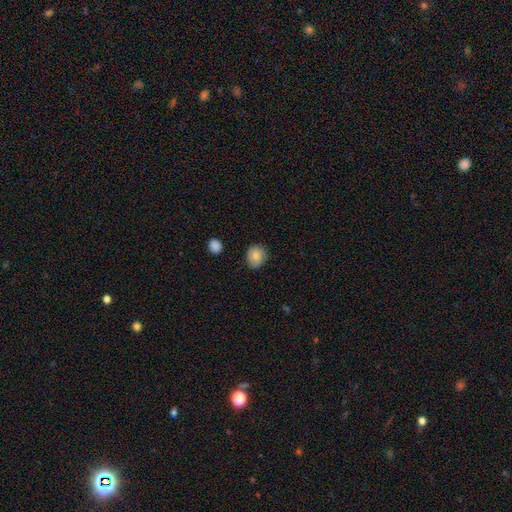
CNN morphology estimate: smooth-or-featured: smooth: 80% | featured or disk: 11% | star or artifact: 8%
  how-rounded: round: 77% | in between: 22% | cigar-shaped: 1%
  merging: none: 83% | minor disturbance: 13% | major disturbance: 3% | merger: 1%